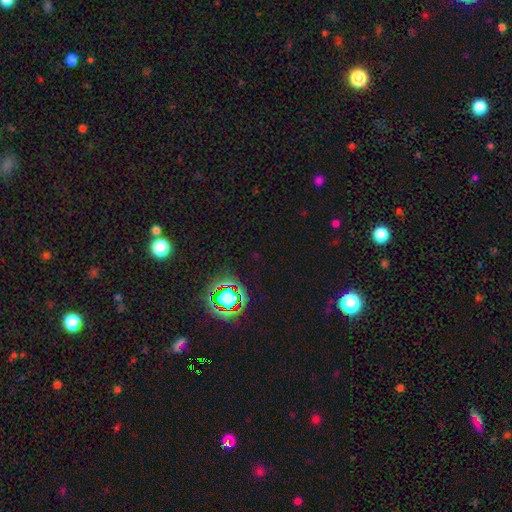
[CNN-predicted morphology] Smooth or featured? Predicted: star or artifact (p=0.64).